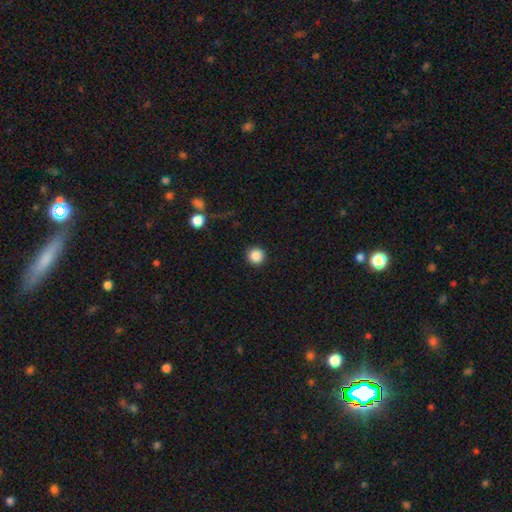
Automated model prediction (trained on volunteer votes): This is clearly a smooth galaxy (86%). How rounded: clearly round (96%). Merging: clearly none (92%).